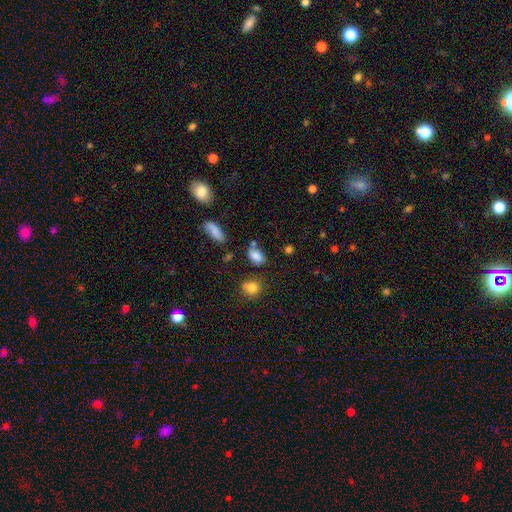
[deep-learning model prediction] This is clearly a smooth galaxy (80%). How rounded: clearly in between (85%). Merging: likely none (61%).